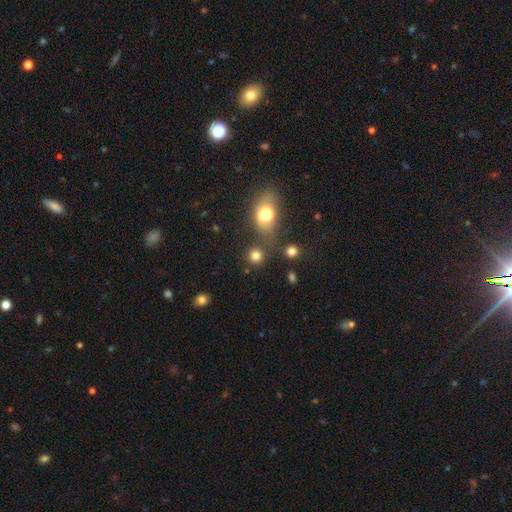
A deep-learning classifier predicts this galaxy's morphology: Overall: smooth (81%). How rounded: round (87%). Merging: none (75%).